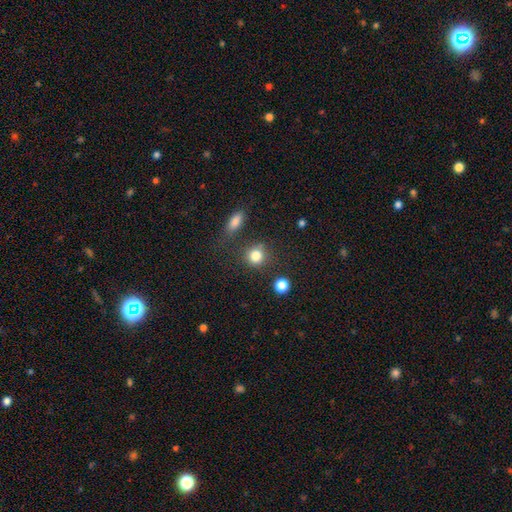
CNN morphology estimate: Overall: smooth (82%). How rounded: round (84%). Merging: none (73%).